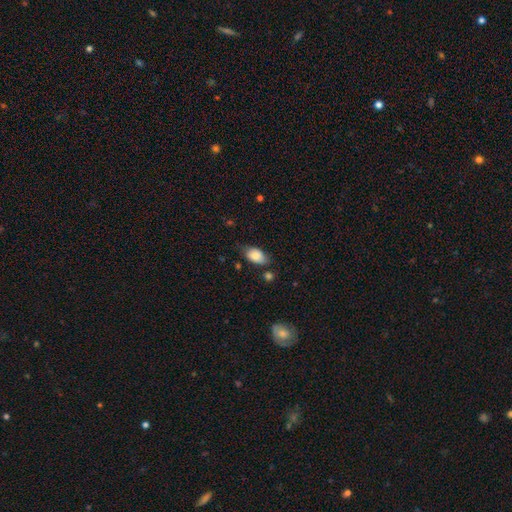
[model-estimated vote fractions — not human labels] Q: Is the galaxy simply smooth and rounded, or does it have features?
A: smooth — 79%.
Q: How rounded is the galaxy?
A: in between — 92%.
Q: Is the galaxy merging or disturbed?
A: none — 68%.